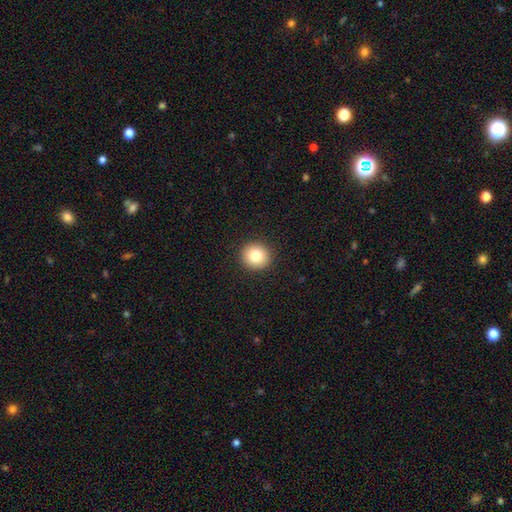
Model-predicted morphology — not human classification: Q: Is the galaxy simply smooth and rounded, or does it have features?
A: smooth — 81%.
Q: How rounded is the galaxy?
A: round — 91%.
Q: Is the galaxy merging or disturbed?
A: none — 93%.